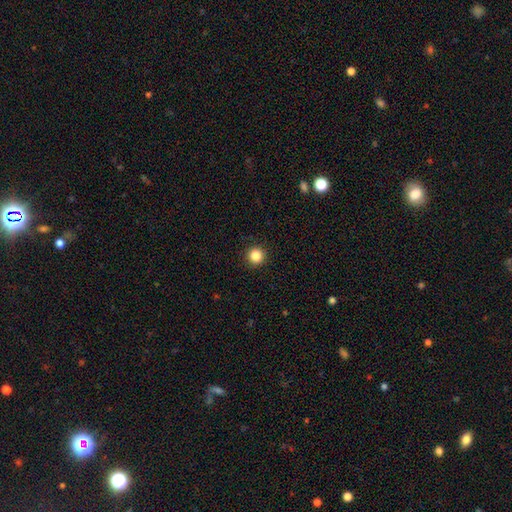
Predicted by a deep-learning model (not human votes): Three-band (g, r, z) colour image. It shows a smooth galaxy with no disk features (86%) that is round (96%). Merging: none (93%).